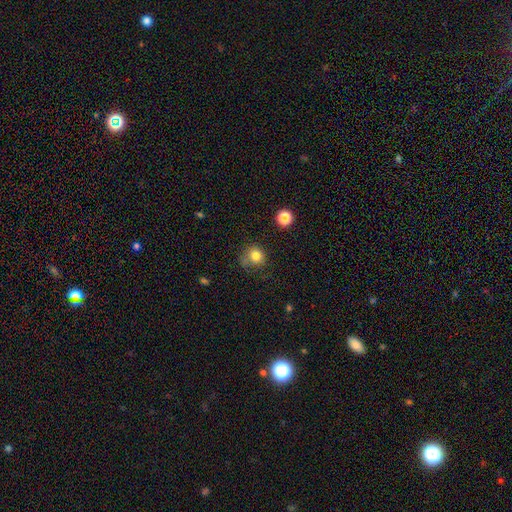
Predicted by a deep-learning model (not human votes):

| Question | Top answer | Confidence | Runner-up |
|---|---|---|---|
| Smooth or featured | smooth | 81% | star or artifact (12%) |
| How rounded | round | 83% | in between (16%) |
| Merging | none | 64% | minor disturbance (22%) |